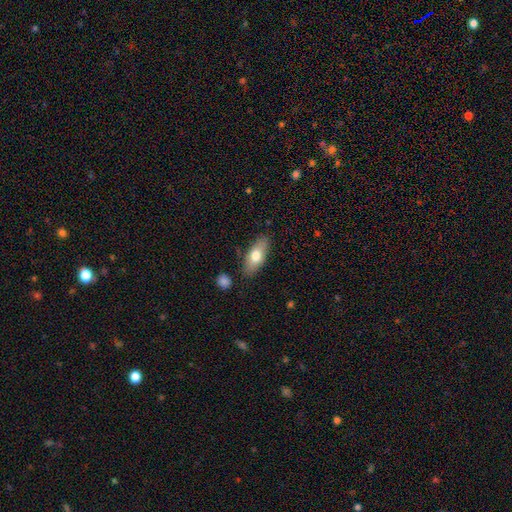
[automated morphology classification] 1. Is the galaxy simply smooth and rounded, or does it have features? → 70% smooth, 23% featured or disk, 6% star or artifact.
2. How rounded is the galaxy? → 79% in between, 18% cigar-shaped, 3% round.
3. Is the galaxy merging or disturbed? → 84% none, 11% minor disturbance, 3% merger, 2% major disturbance.